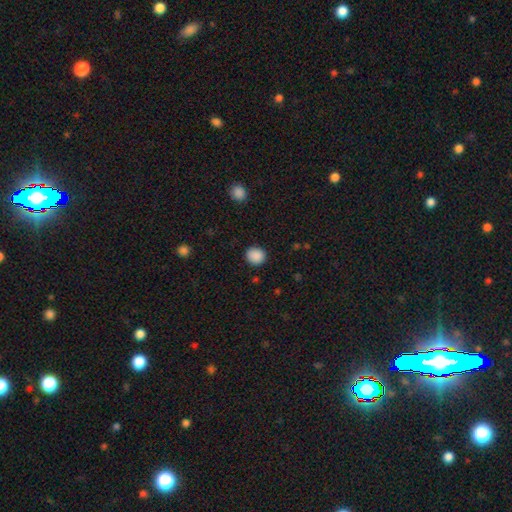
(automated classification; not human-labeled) Smooth or featured? smooth (89%)
How rounded? round (84%)
Merging? none (89%)